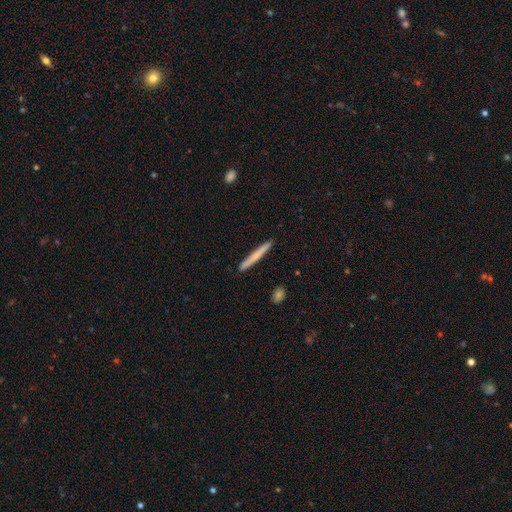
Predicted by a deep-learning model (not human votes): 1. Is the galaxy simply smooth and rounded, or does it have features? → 61% smooth, 34% featured or disk, 6% star or artifact.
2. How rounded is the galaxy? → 96% cigar-shaped, 2% in between, 1% round.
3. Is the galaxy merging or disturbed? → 90% none, 7% minor disturbance, 1% merger, 1% major disturbance.